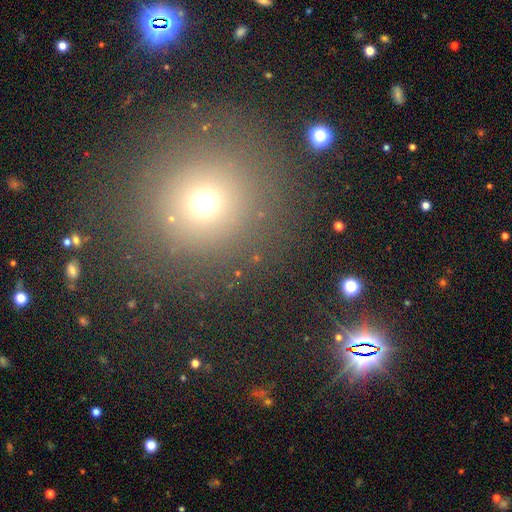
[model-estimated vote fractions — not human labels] smooth 58%, star or artifact 33%, featured or disk 9%. Down the decision tree: how rounded — round (93%); merging — none (85%).